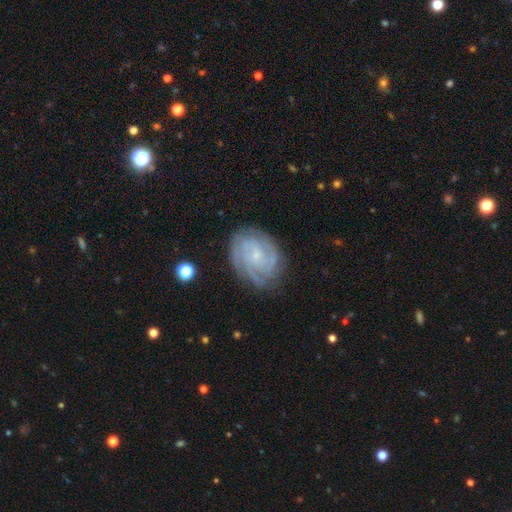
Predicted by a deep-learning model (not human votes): smooth-or-featured: featured or disk: 84% | smooth: 10% | star or artifact: 6%
  disk-edge-on: no: 98% | yes: 2%
    bar: no: 68% | weak: 27% | strong: 5%
    has-spiral-arms: yes: 97% | no: 3%
      spiral-winding: tight: 67% | medium: 28% | loose: 5%
      spiral-arm-count: 3: 28% | can't tell: 25% | 4: 18% | 2: 17% | more than 4: 6% | 1: 6%
    bulge-size: small: 78% | moderate: 14% | none: 6% | large: 1% | dominant: 1%
  merging: none: 76% | minor disturbance: 17% | major disturbance: 6% | merger: 1%